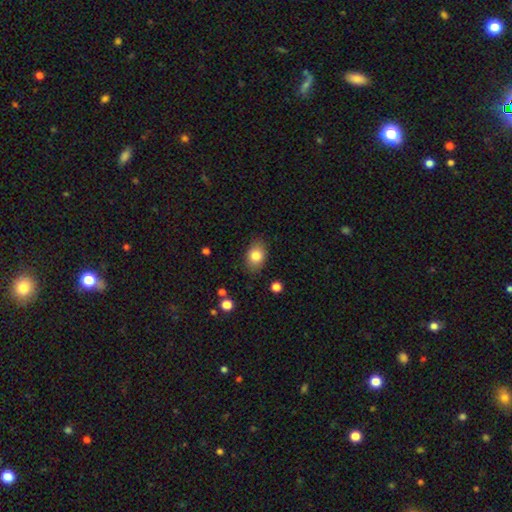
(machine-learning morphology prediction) This appears to be a smooth galaxy with no disk features (83%) that is in between round and cigar-shaped (74%). Merging: none (84%).